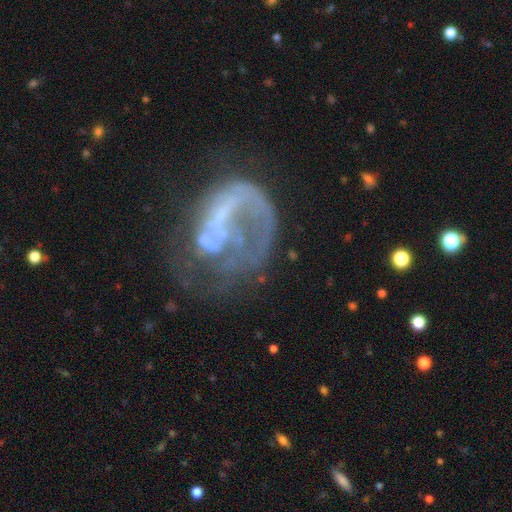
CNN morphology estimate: Smooth or featured? featured or disk (73%)
Edge-on disk? no (98%)
Bar? no (71%)
Spiral arms? no (52%)
Bulge size? none (61%)
Merging? major disturbance (50%)